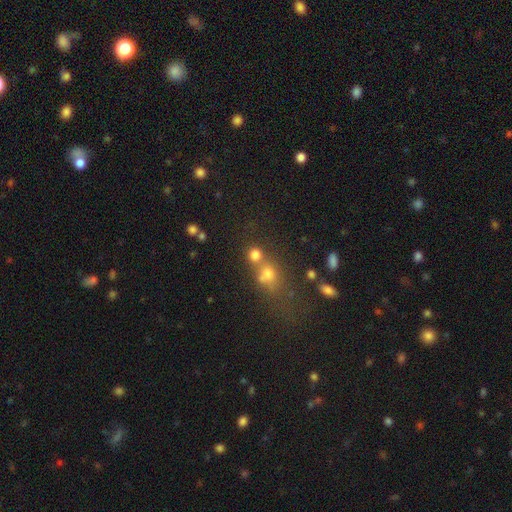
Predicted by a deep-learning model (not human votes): A smooth galaxy with no disk features (52%) that is round (67%).

Vote fractions:
- Smooth or featured? smooth: 52% / star or artifact: 32% / featured or disk: 16%
- How rounded? round: 67% / in between: 29% / cigar-shaped: 5%
- Merging? merger: 46% / none: 39% / minor disturbance: 9% / major disturbance: 7%